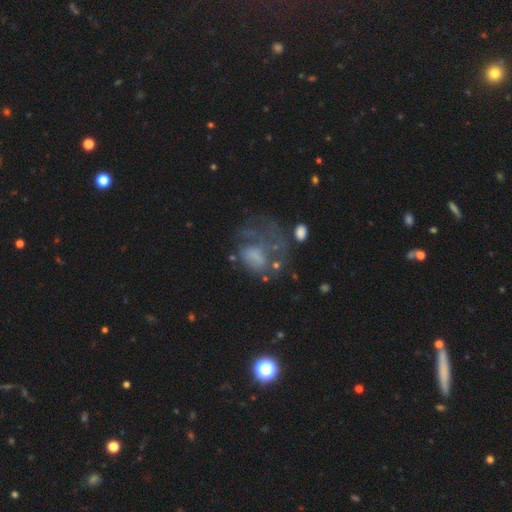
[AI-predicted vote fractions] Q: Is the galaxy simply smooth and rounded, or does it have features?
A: featured or disk — 45%.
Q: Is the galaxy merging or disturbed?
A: major disturbance — 51%.